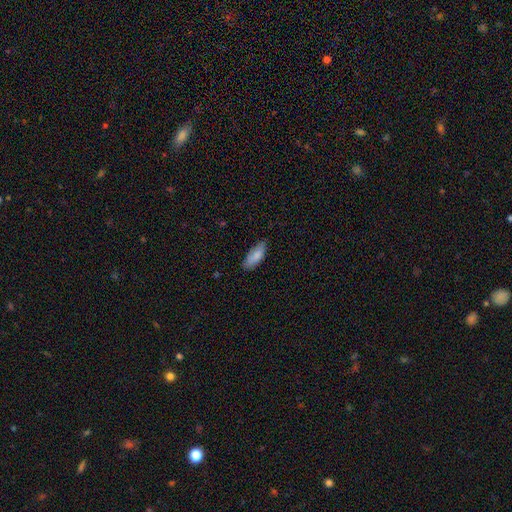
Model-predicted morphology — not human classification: Smooth or featured? Predicted: smooth (p=0.82). How rounded? Predicted: in between (p=0.76). Merging? Predicted: none (p=0.77).